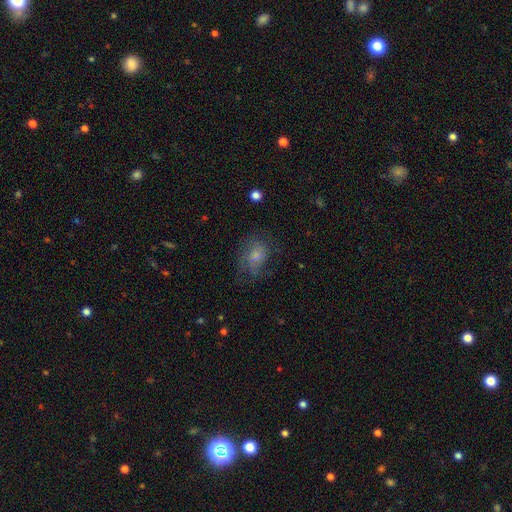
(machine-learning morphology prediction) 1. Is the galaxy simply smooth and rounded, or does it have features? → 55% smooth, 32% featured or disk, 12% star or artifact.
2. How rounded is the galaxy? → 65% in between, 34% round, 2% cigar-shaped.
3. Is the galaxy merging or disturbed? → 51% none, 24% minor disturbance, 23% major disturbance, 2% merger.